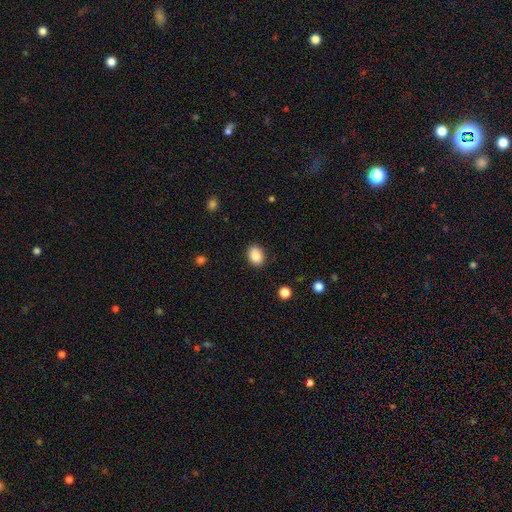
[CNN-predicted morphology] Smooth or featured?
  - smooth: 88% *
  - star or artifact: 8%
  - featured or disk: 4%
How rounded?
  - in between: 70% *
  - round: 29%
  - cigar-shaped: 1%
Merging?
  - none: 87% *
  - minor disturbance: 10%
  - major disturbance: 3%
  - merger: 1%